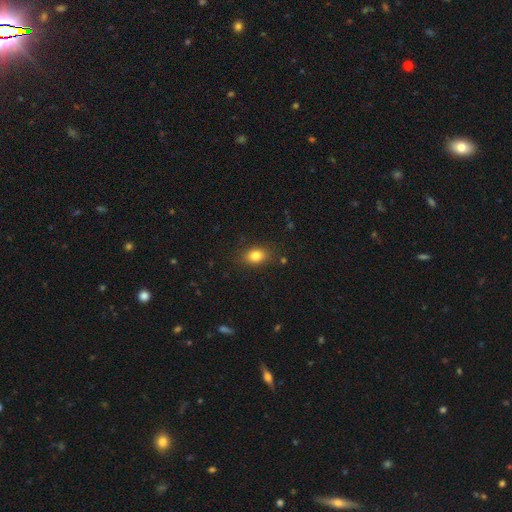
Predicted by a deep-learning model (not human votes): Smooth or featured? Predicted: smooth (p=0.82). How rounded? Predicted: in between (p=0.73). Merging? Predicted: none (p=0.84).